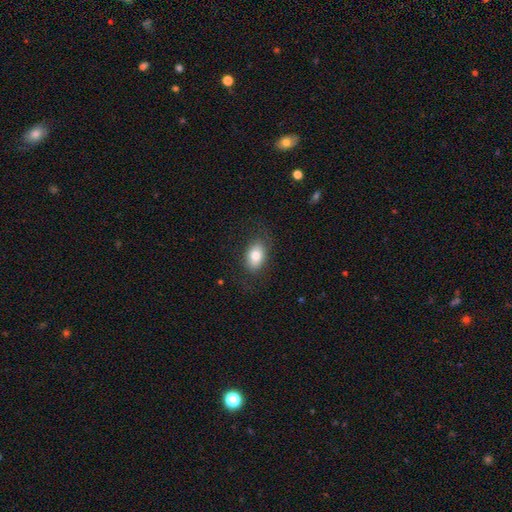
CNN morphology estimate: A smooth galaxy with no disk features (79%) that is in between round and cigar-shaped (84%). Merging: none (79%).